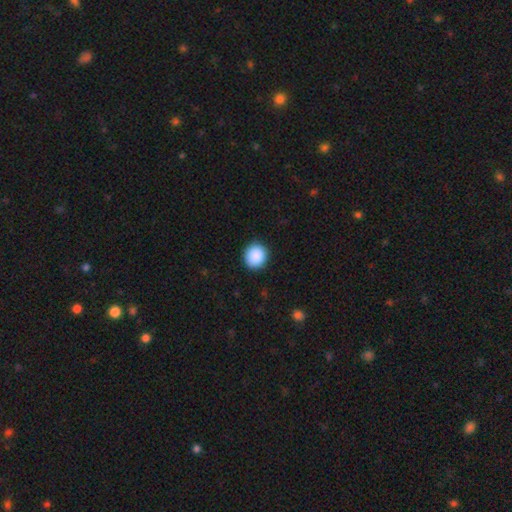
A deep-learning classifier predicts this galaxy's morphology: Smooth or featured? smooth (89%)
How rounded? round (89%)
Merging? none (90%)